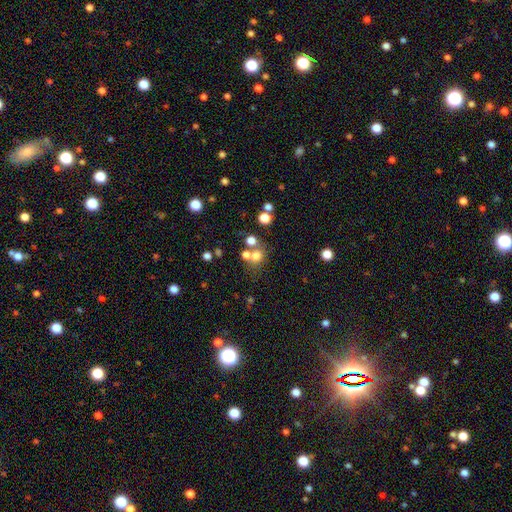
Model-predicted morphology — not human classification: Overall: smooth (70%). How rounded: round (79%). Merging: none (53%; merger 32%).